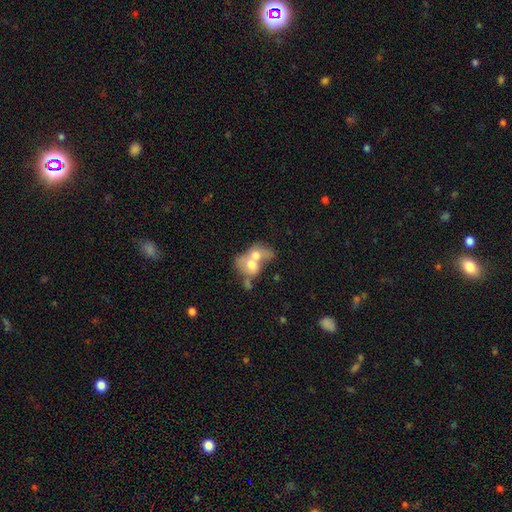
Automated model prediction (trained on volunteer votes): This appears to be a smooth galaxy with no disk features (59%) that is in between round and cigar-shaped (62%). Merging: merger (79%).